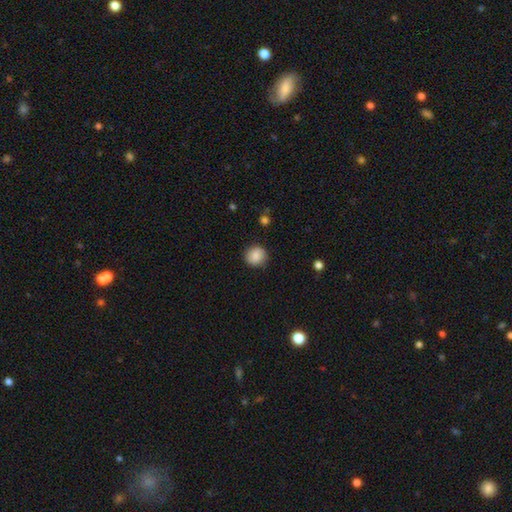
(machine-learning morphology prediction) smooth_or_featured: smooth (p=0.83) [alt: featured or disk p=0.09]
how_rounded: round (p=0.91) [alt: in between p=0.09]
merging: none (p=0.87) [alt: minor disturbance p=0.09]